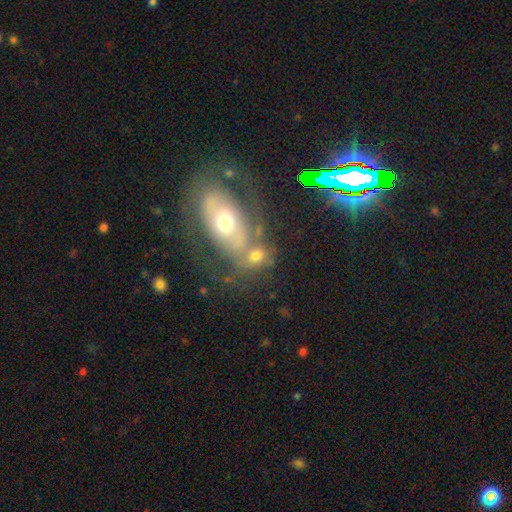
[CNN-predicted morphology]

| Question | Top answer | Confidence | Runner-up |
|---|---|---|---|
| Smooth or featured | smooth | 55% | featured or disk (29%) |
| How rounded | in between | 57% | round (40%) |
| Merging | merger | 44% | none (36%) |